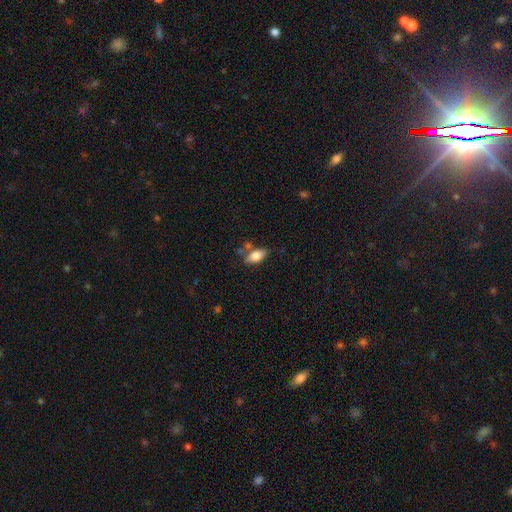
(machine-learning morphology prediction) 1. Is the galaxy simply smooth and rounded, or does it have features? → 76% smooth, 16% featured or disk, 7% star or artifact.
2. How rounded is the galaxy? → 87% in between, 8% cigar-shaped, 4% round.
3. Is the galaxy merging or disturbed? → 64% none, 20% minor disturbance, 12% merger, 5% major disturbance.